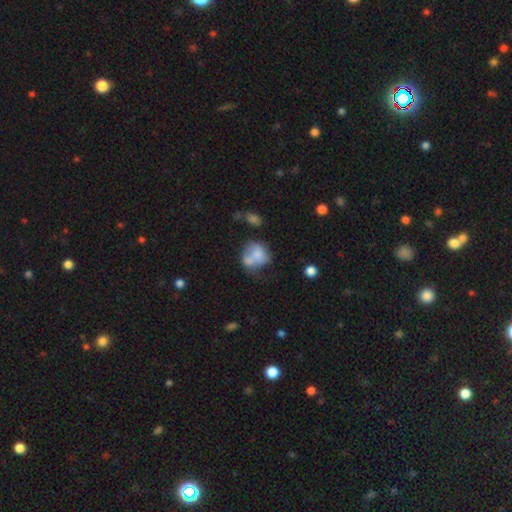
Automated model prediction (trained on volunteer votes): A smooth galaxy with no disk features (66%) that is round (59%).

Vote fractions:
- Smooth or featured? smooth: 66% / featured or disk: 25% / star or artifact: 9%
- How rounded? round: 59% / in between: 39% / cigar-shaped: 1%
- Merging? merger: 40% / none: 27% / minor disturbance: 19% / major disturbance: 14%